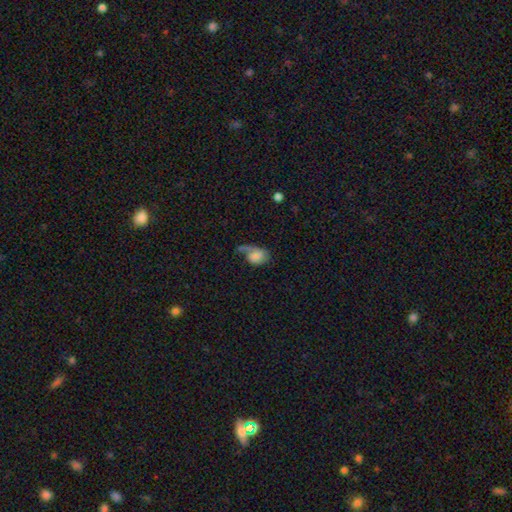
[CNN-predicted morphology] smooth-or-featured: smooth: 52% | featured or disk: 39% | star or artifact: 9%
  how-rounded: in between: 76% | round: 22% | cigar-shaped: 1%
  merging: major disturbance: 43% | none: 28% | minor disturbance: 22% | merger: 7%